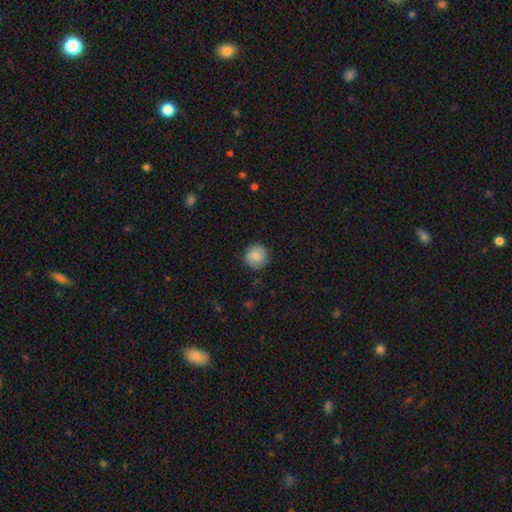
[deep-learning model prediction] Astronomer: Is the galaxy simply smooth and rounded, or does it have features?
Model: smooth — 65%.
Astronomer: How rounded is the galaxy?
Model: round — 90%.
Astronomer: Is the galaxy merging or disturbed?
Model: none — 86%.